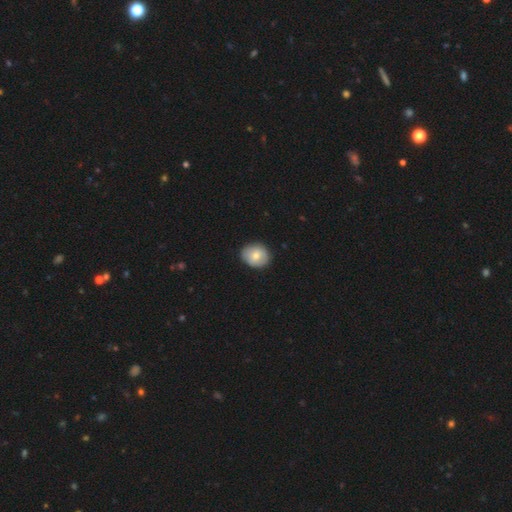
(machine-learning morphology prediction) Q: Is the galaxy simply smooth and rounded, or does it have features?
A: smooth — 73%.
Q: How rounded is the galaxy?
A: round — 67%.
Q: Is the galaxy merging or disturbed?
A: none — 83%.